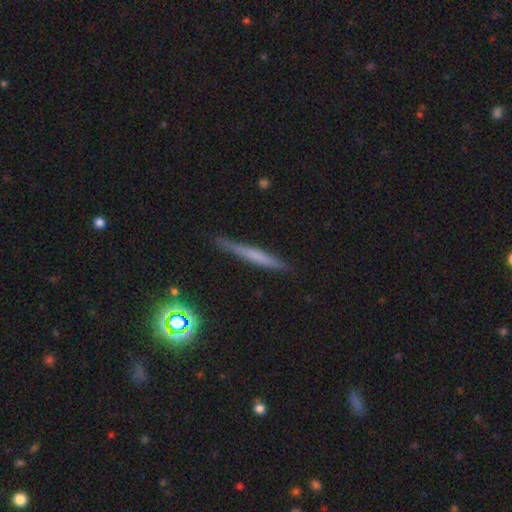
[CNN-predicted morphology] Overall: smooth (49%; featured or disk 40%). Merging: none (87%).